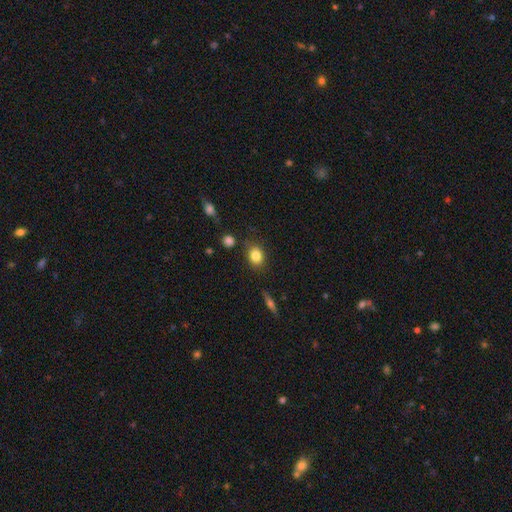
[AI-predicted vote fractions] Smooth or featured? smooth (83%)
How rounded? in between (58%)
Merging? none (79%)